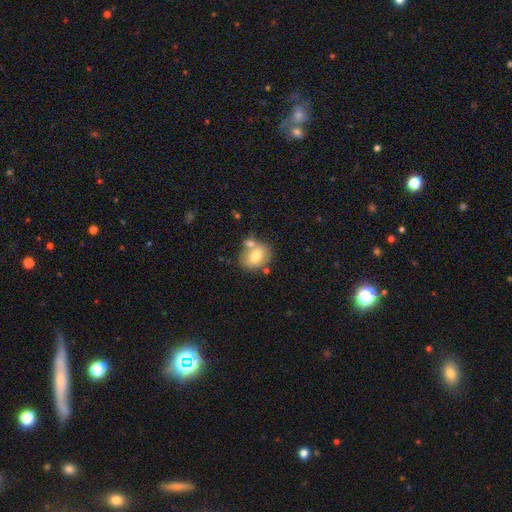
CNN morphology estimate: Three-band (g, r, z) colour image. It shows a smooth galaxy with no disk features (70%) that is in between round and cigar-shaped (53%). Merging: none (57%).